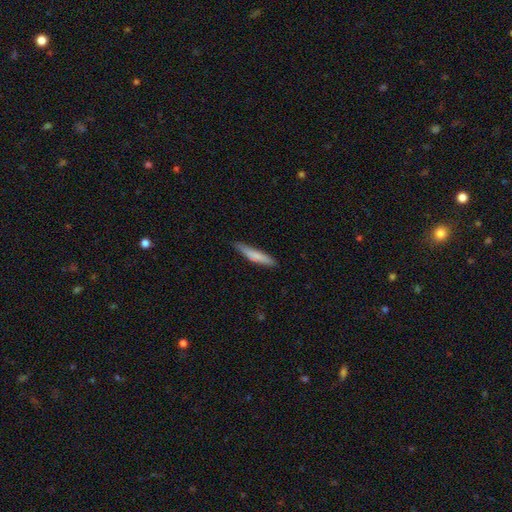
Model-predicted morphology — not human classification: A smooth galaxy with no disk features (75%) that is cigar-shaped (90%). Merging: none (80%).